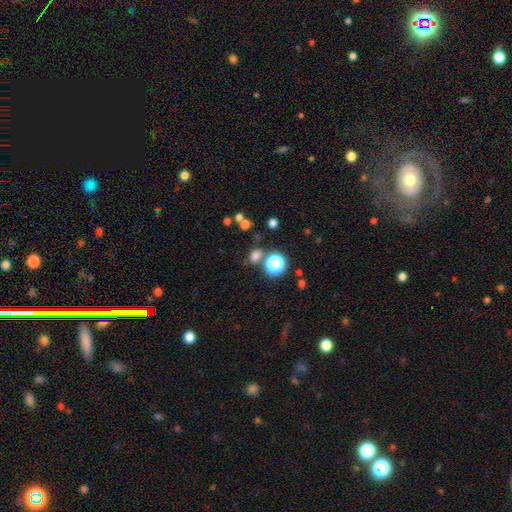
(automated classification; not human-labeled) smooth 67%, star or artifact 26%, featured or disk 7%. Down the decision tree: how rounded — round (55%); merging — none (73%).